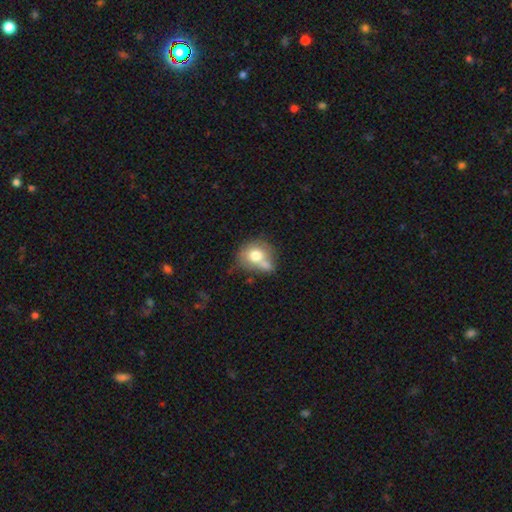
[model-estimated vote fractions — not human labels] The model was most divided on "merging": merger: 41%, none: 34%, minor disturbance: 17%, major disturbance: 8%. More confident: smooth or featured — smooth (72%); how rounded — round (68%).